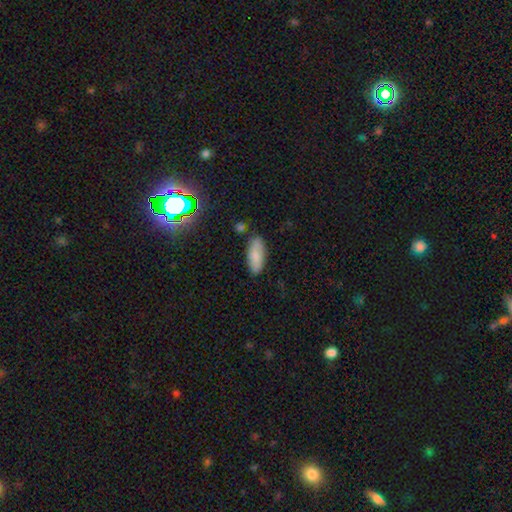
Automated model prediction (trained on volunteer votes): A smooth galaxy with no disk features (81%) that is in between round and cigar-shaped (78%). Merging: none (81%).